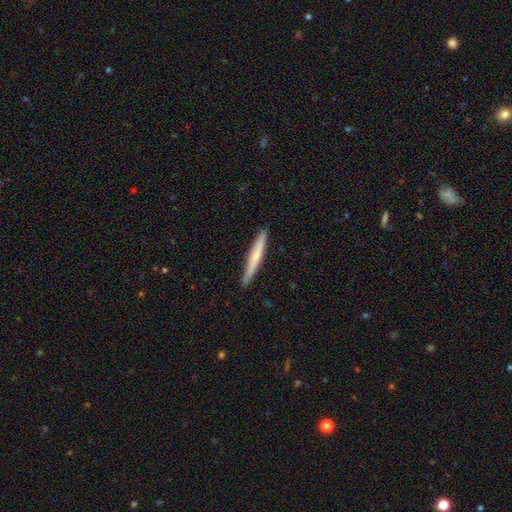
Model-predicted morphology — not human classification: smooth_or_featured: smooth (p=0.54) [alt: featured or disk p=0.41]
how_rounded: cigar-shaped (p=0.96) [alt: in between p=0.03]
merging: none (p=0.91) [alt: minor disturbance p=0.06]